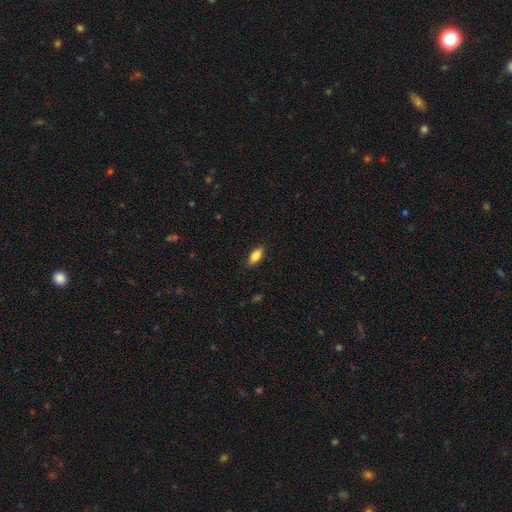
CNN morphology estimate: Smooth or featured?
  - smooth: 81% *
  - featured or disk: 12%
  - star or artifact: 7%
How rounded?
  - in between: 81% *
  - cigar-shaped: 16%
  - round: 3%
Merging?
  - none: 86% *
  - minor disturbance: 11%
  - major disturbance: 2%
  - merger: 1%